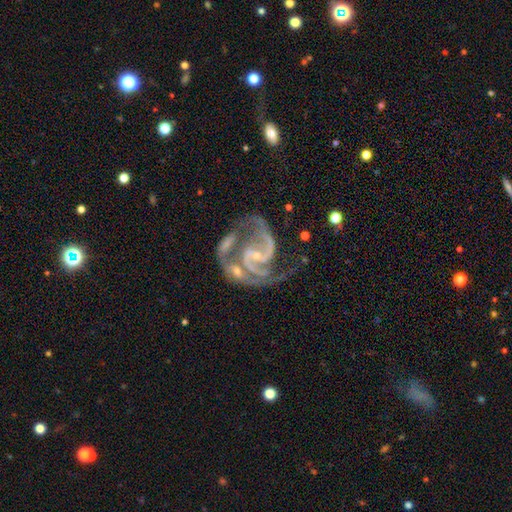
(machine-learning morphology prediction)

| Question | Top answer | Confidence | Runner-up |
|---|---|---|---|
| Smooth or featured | featured or disk | 92% | star or artifact (5%) |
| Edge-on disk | no | 98% | yes (2%) |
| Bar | weak | 42% | no (30%) |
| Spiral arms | yes | 98% | no (2%) |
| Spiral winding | medium | 58% | tight (26%) |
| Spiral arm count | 2 | 81% | 3 (8%) |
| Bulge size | small | 72% | none (14%) |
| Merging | none | 36% | merger (29%) |